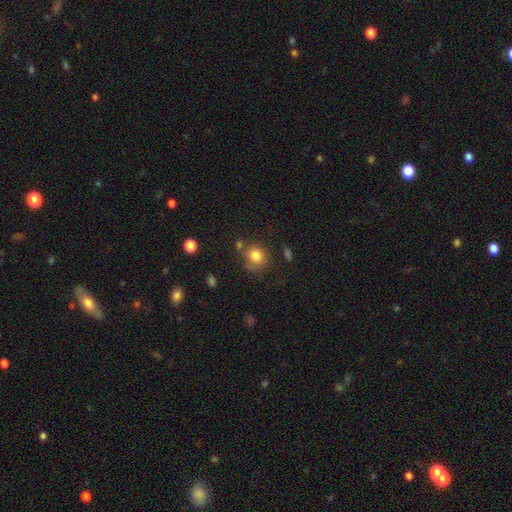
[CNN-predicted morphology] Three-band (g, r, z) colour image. It shows a smooth galaxy with no disk features (81%) that is round (79%). Merging: none (63%).